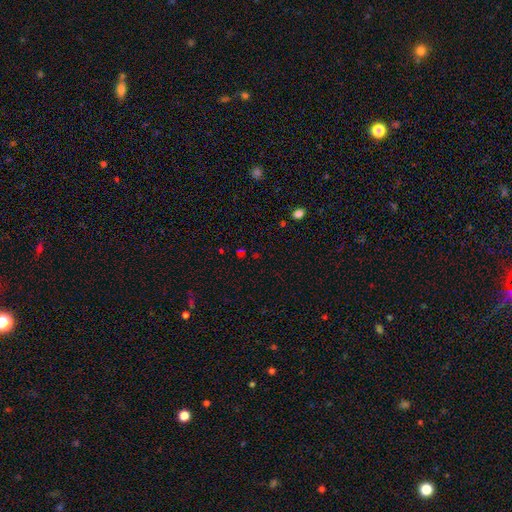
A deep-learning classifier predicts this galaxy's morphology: Overall: star or artifact (55%; smooth 36%).